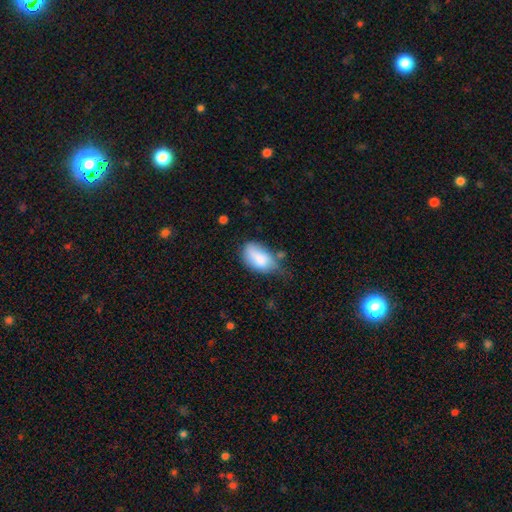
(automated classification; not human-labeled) smooth_or_featured: smooth (p=0.81) [alt: featured or disk p=0.12]
how_rounded: in between (p=0.92) [alt: round p=0.06]
merging: minor disturbance (p=0.41) [alt: none p=0.37]